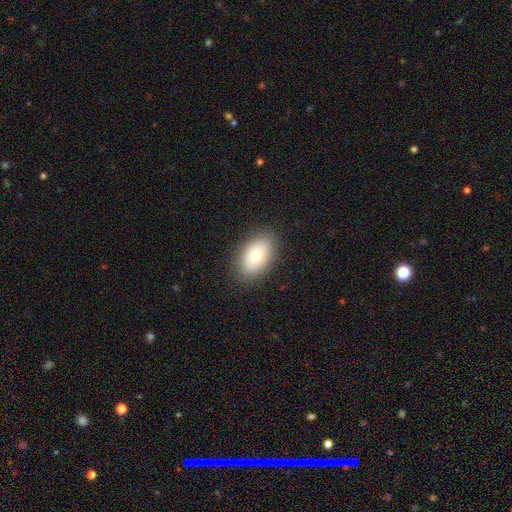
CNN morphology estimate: The model was most divided on "smooth or featured": smooth: 81%, featured or disk: 11%, star or artifact: 7%. More confident: how rounded — in between (91%); merging — none (87%).